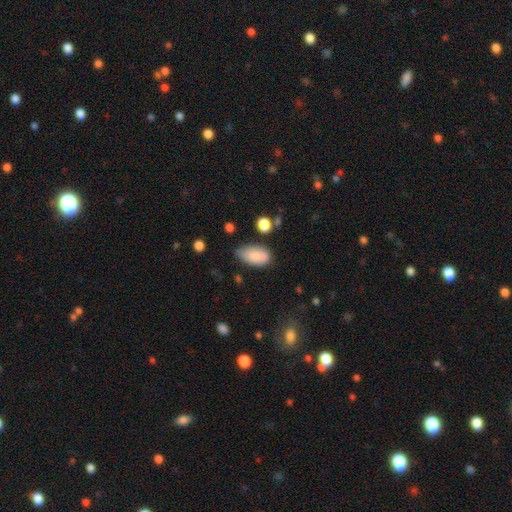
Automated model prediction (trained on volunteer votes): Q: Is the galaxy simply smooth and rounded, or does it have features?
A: smooth — 82%.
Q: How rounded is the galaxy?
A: in between — 93%.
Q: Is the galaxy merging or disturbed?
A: none — 54%.